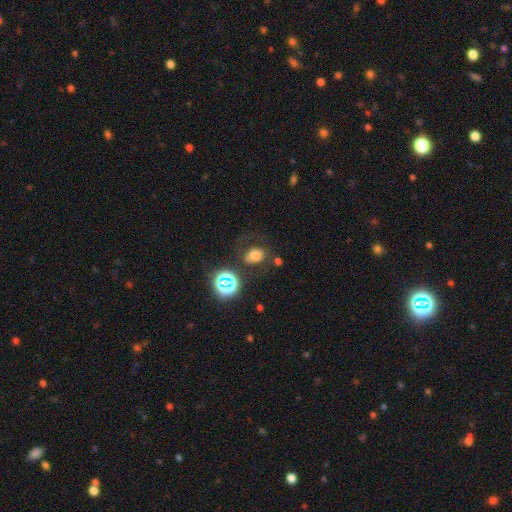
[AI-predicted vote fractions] This is likely a smooth galaxy (63%). How rounded: possibly round (54%). Merging: likely none (60%).